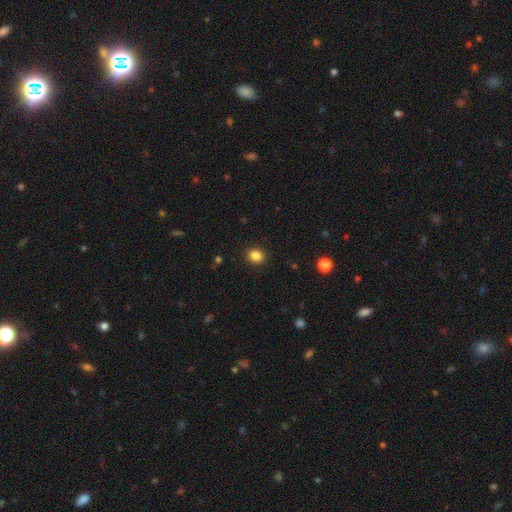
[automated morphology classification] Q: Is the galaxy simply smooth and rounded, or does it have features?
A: smooth — 85%.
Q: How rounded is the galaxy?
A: round — 69%.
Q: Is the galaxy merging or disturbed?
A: none — 91%.